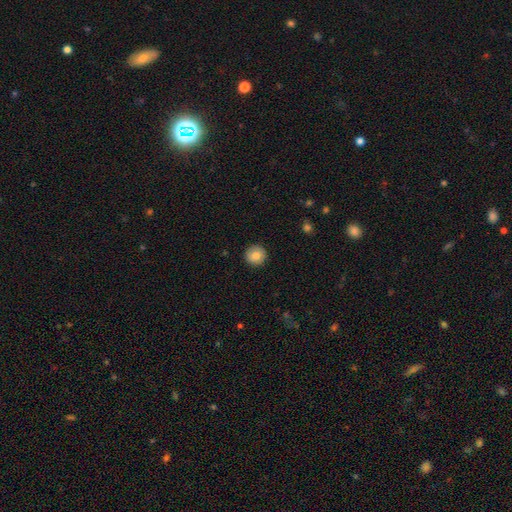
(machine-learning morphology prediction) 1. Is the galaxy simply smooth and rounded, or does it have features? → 83% smooth, 9% featured or disk, 8% star or artifact.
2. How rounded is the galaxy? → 95% round, 4% in between, 1% cigar-shaped.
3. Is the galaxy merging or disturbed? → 92% none, 6% minor disturbance, 2% major disturbance, 1% merger.